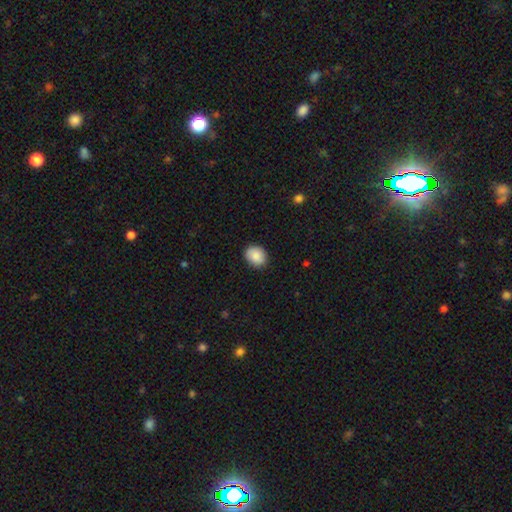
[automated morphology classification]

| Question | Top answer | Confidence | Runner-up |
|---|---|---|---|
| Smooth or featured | smooth | 88% | star or artifact (7%) |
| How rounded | in between | 51% | round (48%) |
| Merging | none | 87% | minor disturbance (10%) |